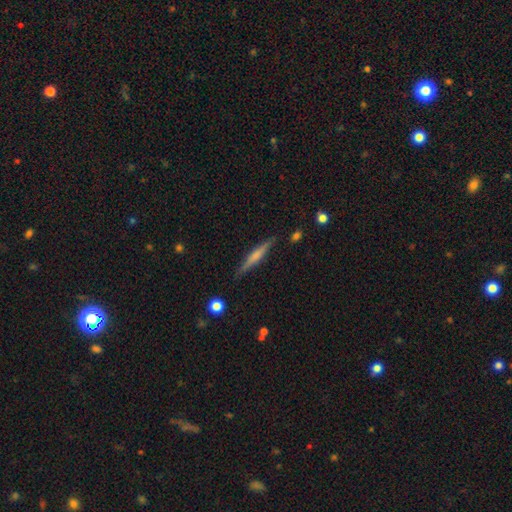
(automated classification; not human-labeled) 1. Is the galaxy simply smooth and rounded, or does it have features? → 55% featured or disk, 38% smooth, 6% star or artifact.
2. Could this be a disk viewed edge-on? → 97% yes, 3% no.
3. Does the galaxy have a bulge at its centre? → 52% rounded, 30% none, 18% boxy.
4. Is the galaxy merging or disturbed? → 87% none, 9% minor disturbance, 2% major disturbance, 2% merger.